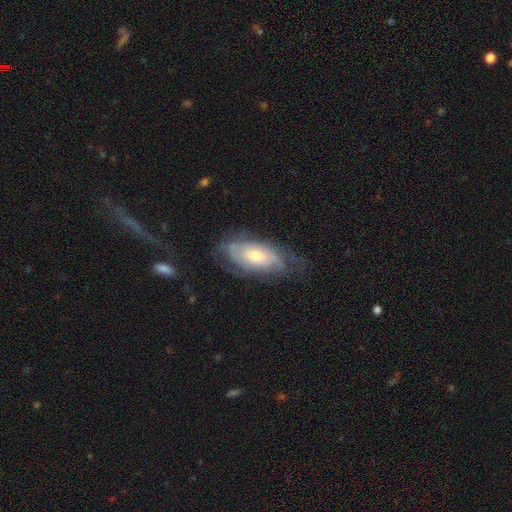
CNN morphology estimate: Smooth or featured? featured or disk (63%)
Edge-on disk? no (89%)
Bar? no (75%)
Spiral arms? yes (77%)
Bulge size? moderate (60%)
Merging? none (59%)